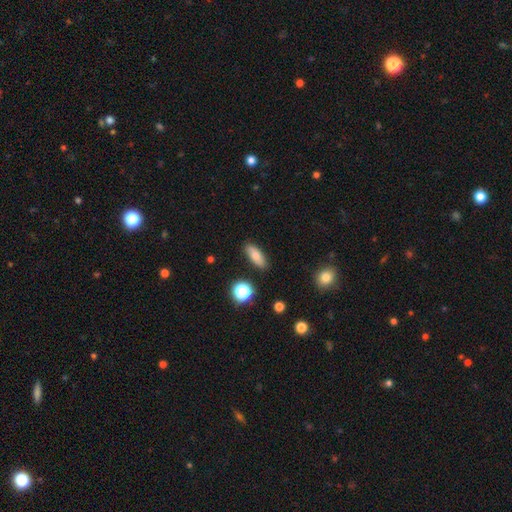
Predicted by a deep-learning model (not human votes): This is likely a smooth galaxy (74%). How rounded: likely in between (62%). Merging: clearly none (88%).